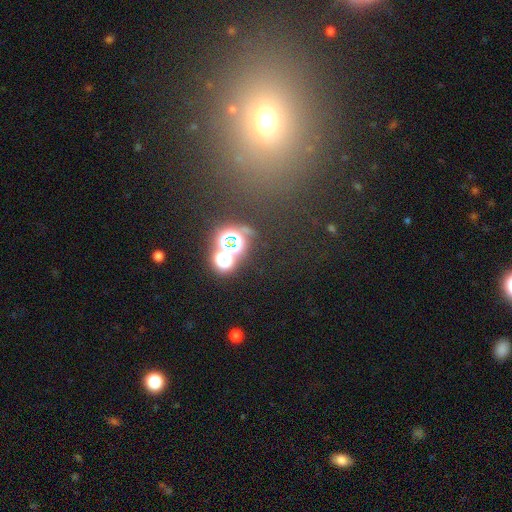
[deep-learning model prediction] star or artifact 54%, smooth 36%, featured or disk 10%.